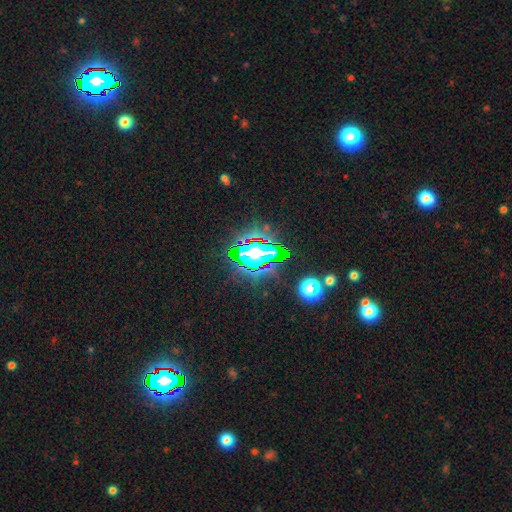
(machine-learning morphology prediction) Smooth or featured? Predicted: star or artifact (p=0.71).